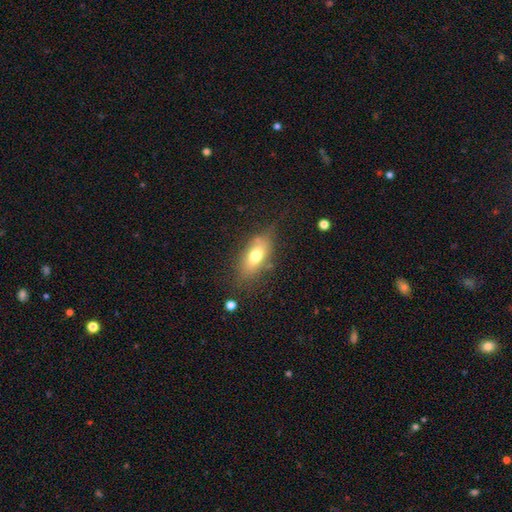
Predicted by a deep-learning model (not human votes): Morphology: type=smooth (69%); roundness=in between (82%); merging=none (69%).